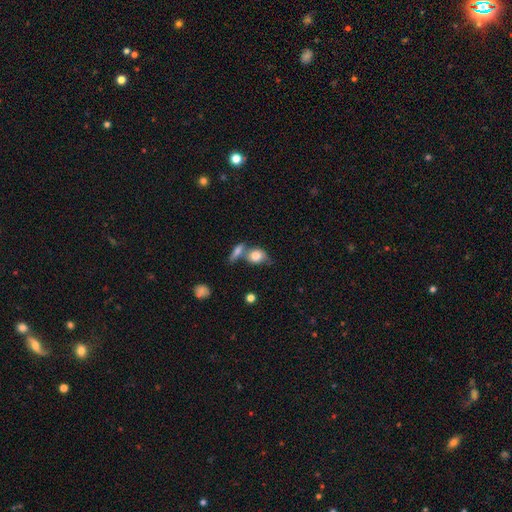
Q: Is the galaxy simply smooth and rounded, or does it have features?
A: smooth — 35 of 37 (95%).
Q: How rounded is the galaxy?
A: round — 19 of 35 (54%).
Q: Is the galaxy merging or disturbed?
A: merger — 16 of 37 (43%).